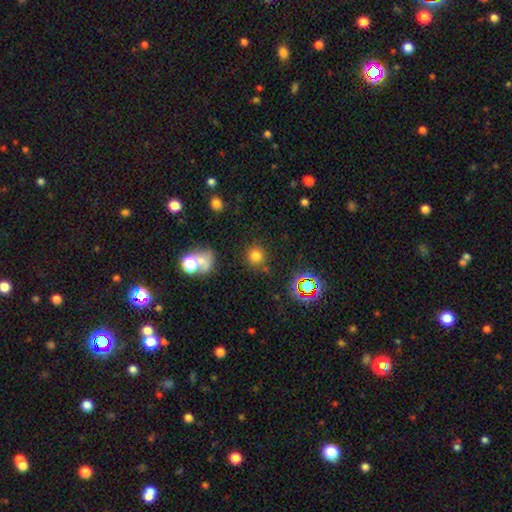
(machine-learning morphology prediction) type=smooth (74%); roundness=round (91%); merging=none (78%).